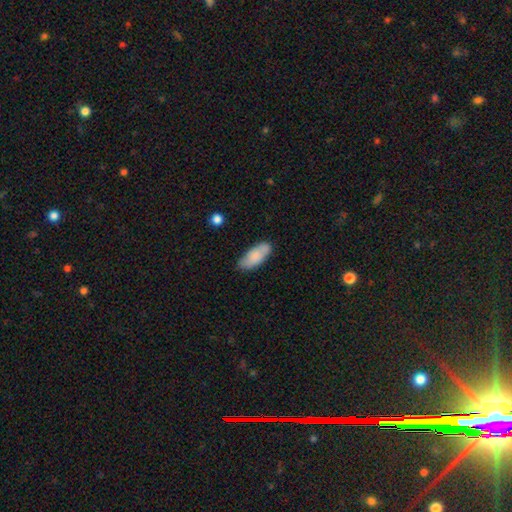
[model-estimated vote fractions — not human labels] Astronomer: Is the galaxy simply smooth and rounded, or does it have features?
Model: smooth — 81%.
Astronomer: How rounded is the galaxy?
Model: in between — 83%.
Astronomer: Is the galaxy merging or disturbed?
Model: none — 74%.